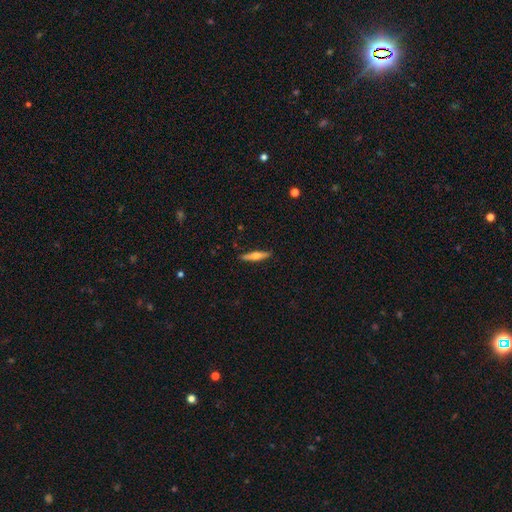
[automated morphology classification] featured or disk 49%, smooth 46%, star or artifact 6%. Down the decision tree: merging — none (89%).